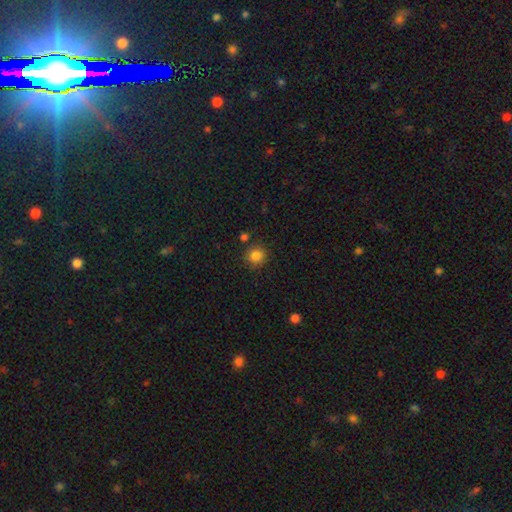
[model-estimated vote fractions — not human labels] Q: Smooth or featured?
A: smooth (84%); runner-up: star or artifact (11%)
Q: How rounded?
A: round (90%); runner-up: in between (9%)
Q: Merging?
A: none (83%); runner-up: minor disturbance (10%)